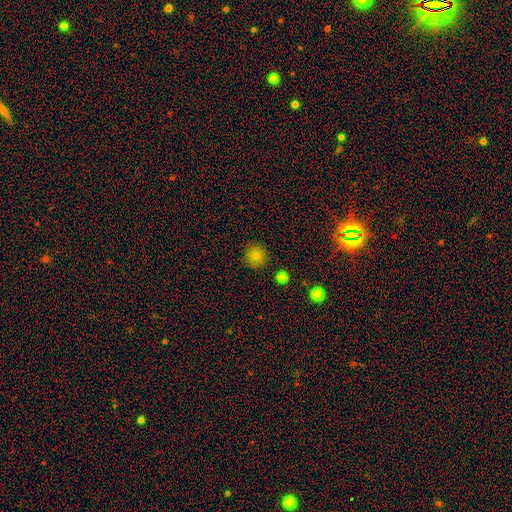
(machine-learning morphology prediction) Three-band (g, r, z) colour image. It shows a smooth galaxy with no disk features (80%) that is round (92%). Merging: none (89%).